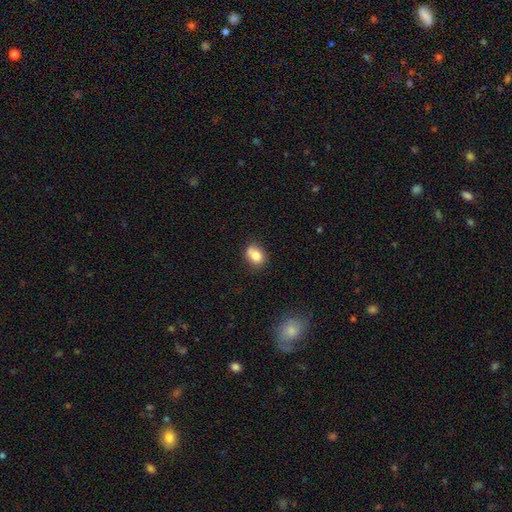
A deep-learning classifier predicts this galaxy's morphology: Overall: smooth (80%). How rounded: in between (55%; round 44%). Merging: none (62%).